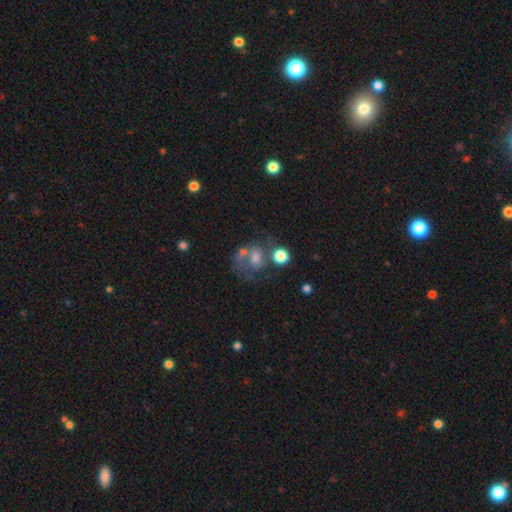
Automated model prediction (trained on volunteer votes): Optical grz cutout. It shows a featured or disk galaxy (48%). Merging: none (37%).